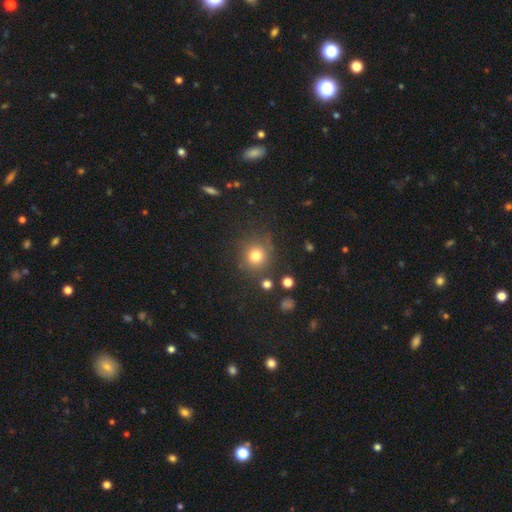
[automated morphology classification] Overall: smooth (77%). How rounded: round (92%). Merging: none (82%).